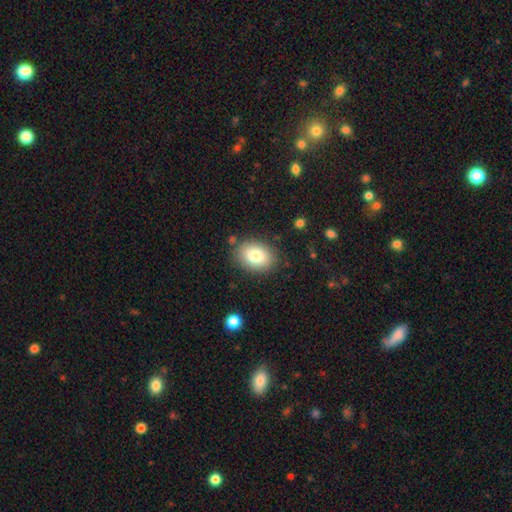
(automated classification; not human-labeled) This appears to be a smooth galaxy with no disk features (81%) that is in between round and cigar-shaped (75%). Merging: none (84%).